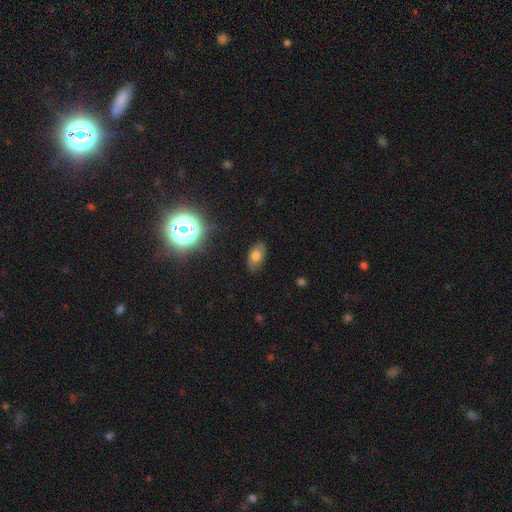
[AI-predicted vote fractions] Smooth or featured? Predicted: smooth (p=0.70). How rounded? Predicted: in between (p=0.90). Merging? Predicted: none (p=0.83).